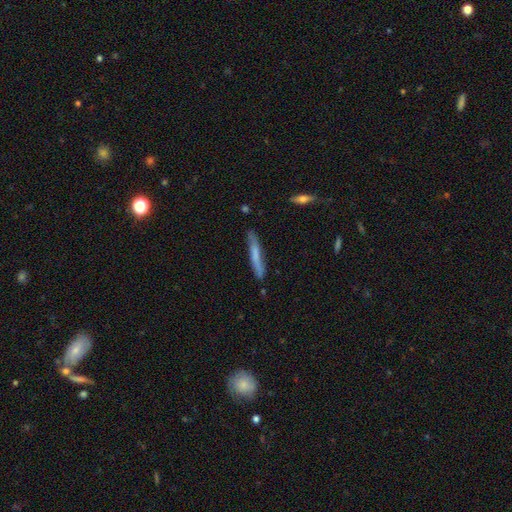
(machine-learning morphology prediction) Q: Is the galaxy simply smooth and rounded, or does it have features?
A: smooth — 59%.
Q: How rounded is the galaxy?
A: cigar-shaped — 94%.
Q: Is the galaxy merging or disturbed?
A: none — 80%.